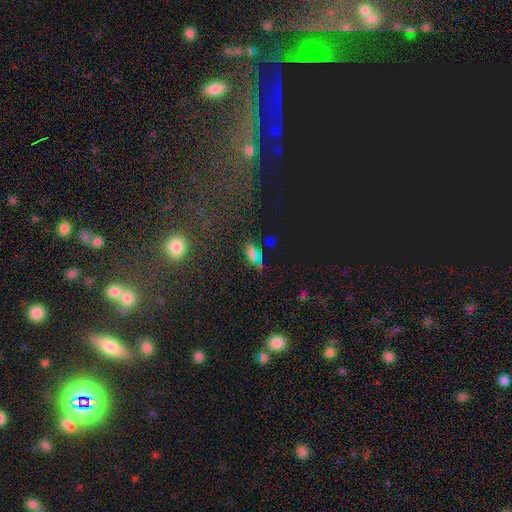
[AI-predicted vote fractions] Morphology: type=star or artifact (50%).